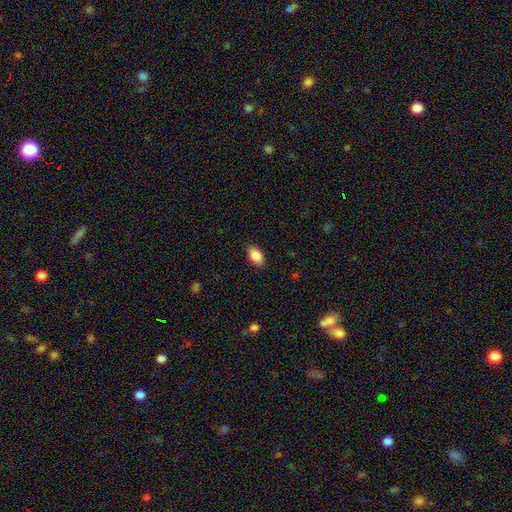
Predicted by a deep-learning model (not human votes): Smooth or featured?
  - smooth: 88% *
  - star or artifact: 7%
  - featured or disk: 5%
How rounded?
  - in between: 93% *
  - round: 5%
  - cigar-shaped: 2%
Merging?
  - none: 88% *
  - minor disturbance: 9%
  - major disturbance: 2%
  - merger: 1%